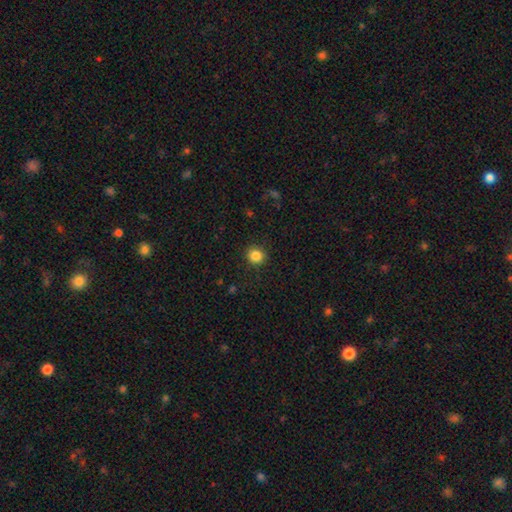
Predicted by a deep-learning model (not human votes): Overall: smooth (85%). How rounded: round (89%). Merging: none (89%).